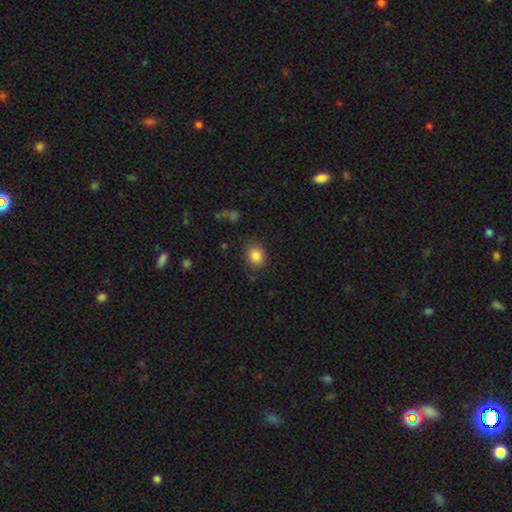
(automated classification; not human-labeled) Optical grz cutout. It shows a smooth galaxy with no disk features (84%) that is in between round and cigar-shaped (53%). Merging: none (80%).